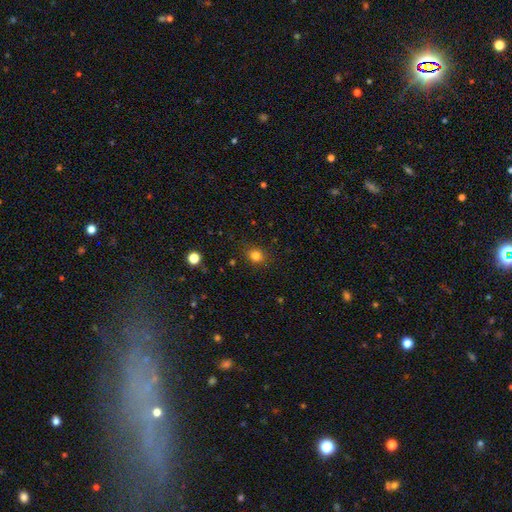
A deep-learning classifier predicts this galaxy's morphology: Smooth or featured: smooth — 81% (star or artifact — 13%)
How rounded: round — 73% (in between — 26%)
Merging: none — 85% (minor disturbance — 10%)